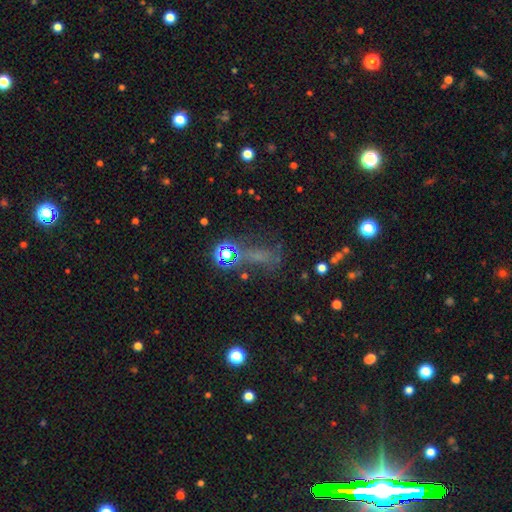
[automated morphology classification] smooth_or_featured: star or artifact (p=0.46) [alt: smooth p=0.37]